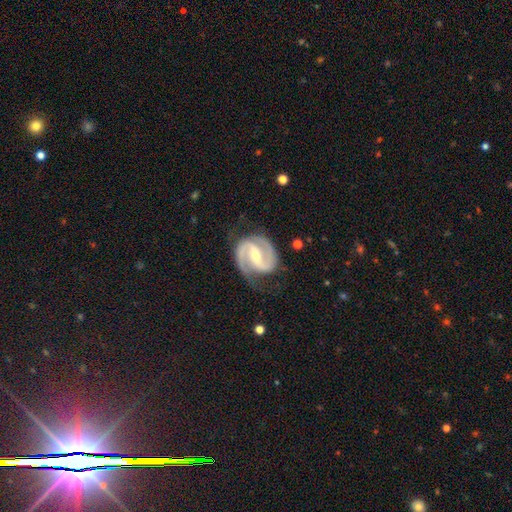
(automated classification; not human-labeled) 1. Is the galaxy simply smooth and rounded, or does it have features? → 93% featured or disk, 4% smooth, 4% star or artifact.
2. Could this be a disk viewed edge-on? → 98% no, 2% yes.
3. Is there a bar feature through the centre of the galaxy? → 57% strong, 32% weak, 11% no.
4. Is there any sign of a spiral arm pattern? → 98% yes, 2% no.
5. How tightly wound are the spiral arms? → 57% medium, 33% tight, 10% loose.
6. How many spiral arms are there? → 93% 2, 2% can't tell, 2% 3, 1% 1, 1% 4, 1% more than 4.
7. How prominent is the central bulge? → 52% small, 45% moderate, 1% large, 1% none, 1% dominant.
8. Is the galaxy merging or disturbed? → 75% none, 17% minor disturbance, 6% major disturbance, 1% merger.